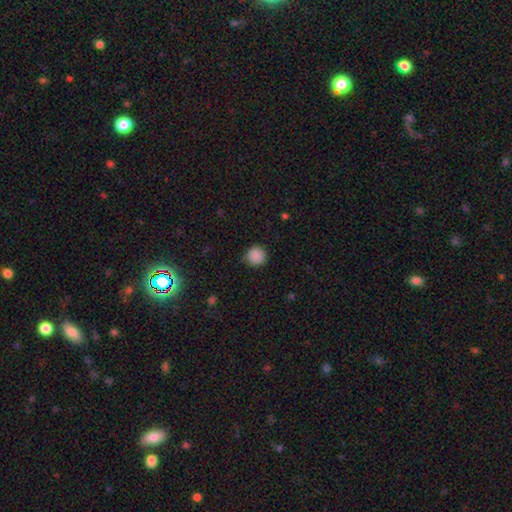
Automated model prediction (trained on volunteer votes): smooth 87%, star or artifact 10%, featured or disk 3%. Down the decision tree: how rounded — round (93%); merging — none (83%).